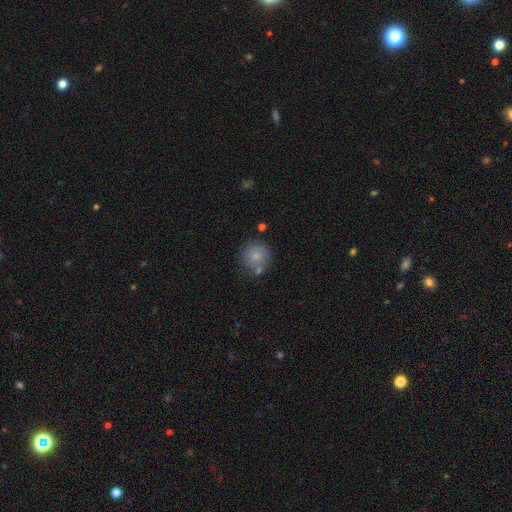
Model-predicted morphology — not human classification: smooth 79%, featured or disk 12%, star or artifact 9%. Down the decision tree: how rounded — round (92%); merging — none (67%).